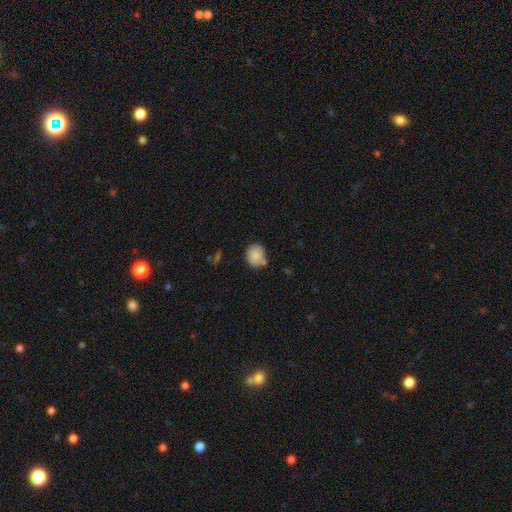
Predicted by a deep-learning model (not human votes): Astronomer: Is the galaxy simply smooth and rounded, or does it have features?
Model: smooth — 85%.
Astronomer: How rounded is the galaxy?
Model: round — 75%.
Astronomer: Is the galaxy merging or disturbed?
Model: none — 65%.